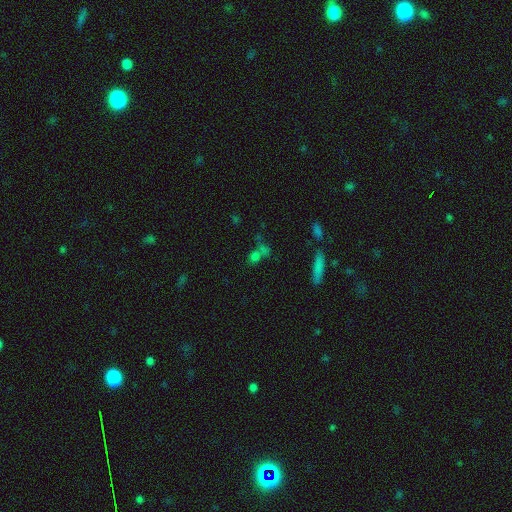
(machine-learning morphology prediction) Smooth or featured?
  - smooth: 63% *
  - star or artifact: 24%
  - featured or disk: 13%
How rounded?
  - round: 52% *
  - in between: 37%
  - cigar-shaped: 11%
Merging?
  - none: 49% *
  - merger: 34%
  - minor disturbance: 10%
  - major disturbance: 7%